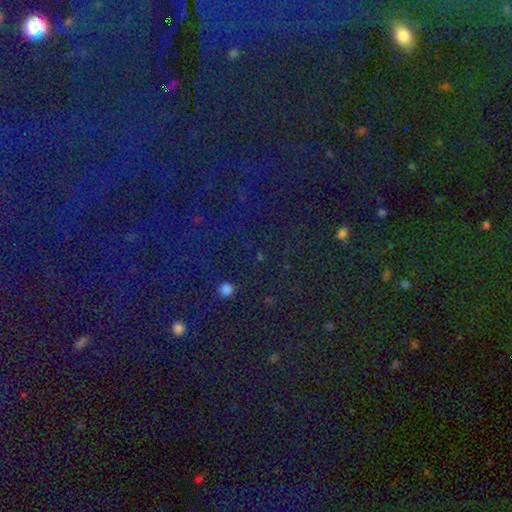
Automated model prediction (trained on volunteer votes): Smooth or featured? star or artifact (81%)